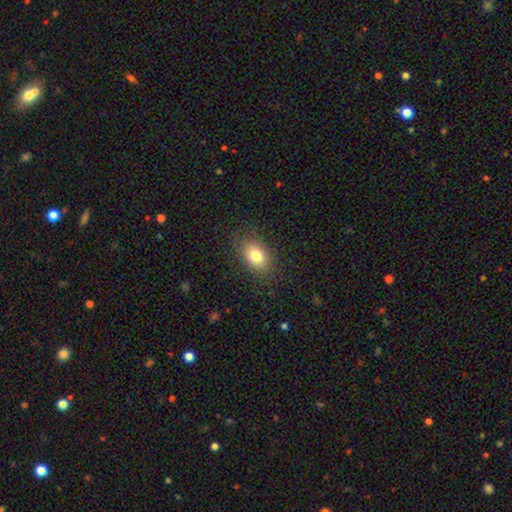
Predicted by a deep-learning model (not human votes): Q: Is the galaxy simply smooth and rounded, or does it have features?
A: smooth — 79%.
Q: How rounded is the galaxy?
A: in between — 78%.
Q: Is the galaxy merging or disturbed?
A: none — 85%.